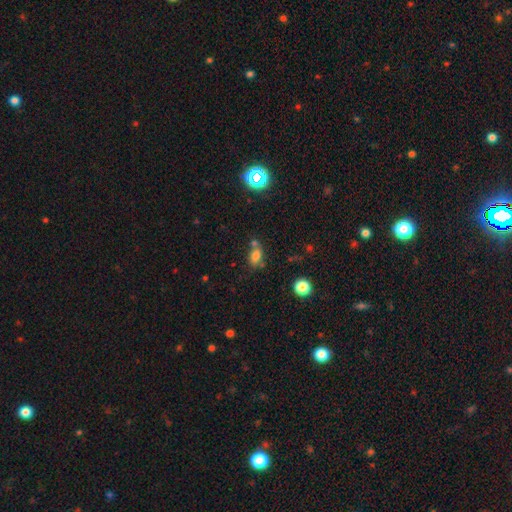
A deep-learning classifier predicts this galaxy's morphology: Smooth or featured?
  - smooth: 74% *
  - star or artifact: 16%
  - featured or disk: 10%
How rounded?
  - in between: 78% *
  - round: 19%
  - cigar-shaped: 3%
Merging?
  - none: 50% *
  - merger: 28%
  - minor disturbance: 16%
  - major disturbance: 6%